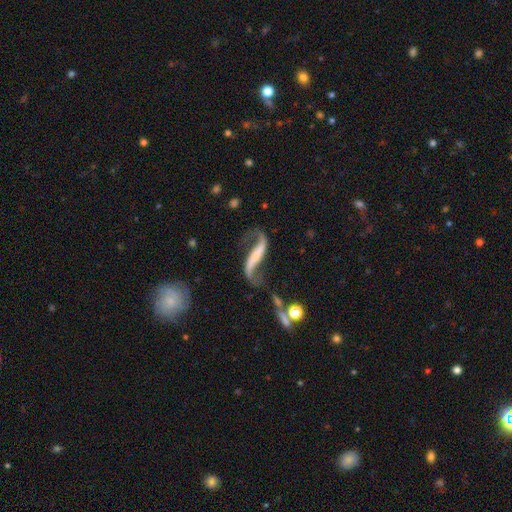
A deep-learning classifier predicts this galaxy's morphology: featured or disk 85%, smooth 9%, star or artifact 6%. Down the decision tree: edge-on disk — no (87%); bar — strong (53%); spiral arms — yes (94%); spiral arm count — 2 (91%); spiral winding — loose (92%); bulge size — none (51%); merging — none (60%).